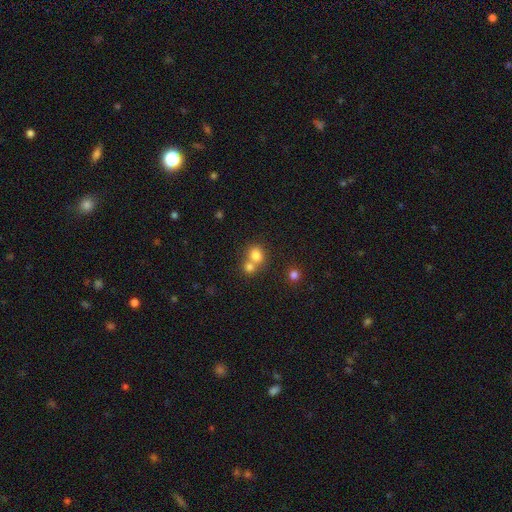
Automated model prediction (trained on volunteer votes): smooth_or_featured: smooth (p=0.77) [alt: star or artifact p=0.13]
how_rounded: round (p=0.72) [alt: in between p=0.27]
merging: merger (p=0.53) [alt: none p=0.39]